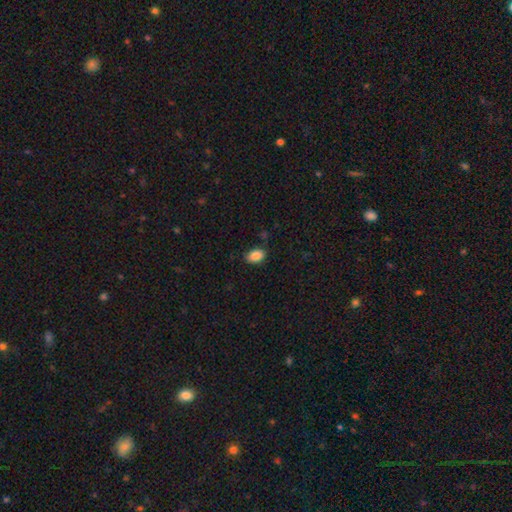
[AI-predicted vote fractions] This is clearly a smooth galaxy (88%). How rounded: clearly in between (87%). Merging: clearly none (83%).